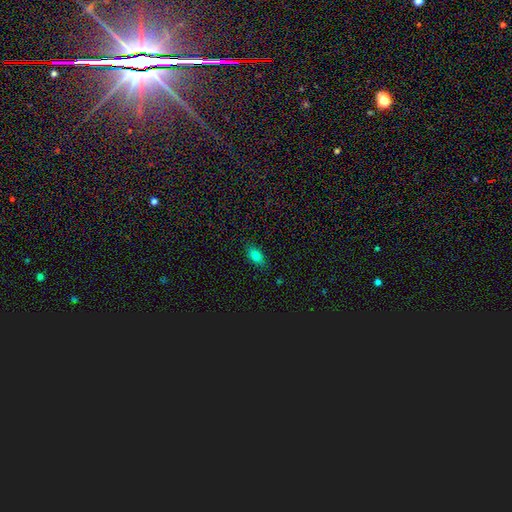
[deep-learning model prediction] The model was most divided on "smooth or featured": smooth: 80%, star or artifact: 12%, featured or disk: 9%. More confident: how rounded — in between (88%); merging — none (84%).